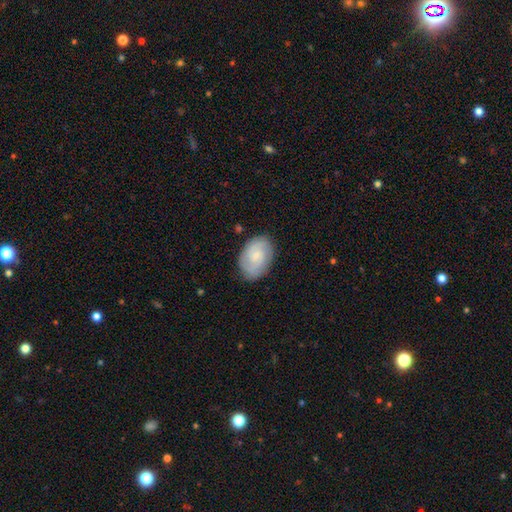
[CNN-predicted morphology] Overall: featured or disk (59%; smooth 34%). Edge-on disk: no (97%). Bar: no (63%; weak 33%). Spiral arms: yes (91%). Spiral arm count: 2 (55%; can't tell 23%). Spiral winding: tight (54%; medium 36%). Bulge size: small (65%). Merging: none (82%).